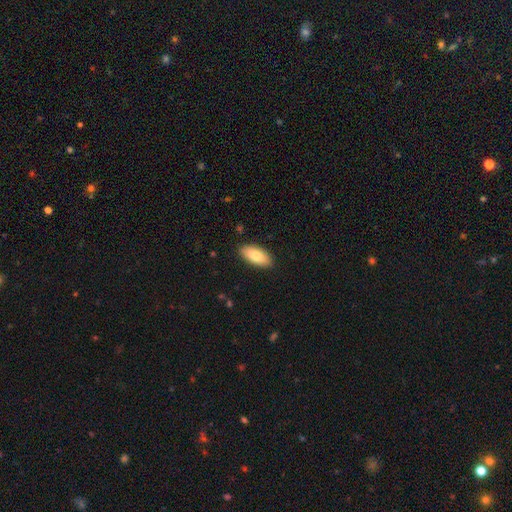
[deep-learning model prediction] Smooth or featured: smooth — 78% (featured or disk — 16%)
How rounded: in between — 90% (cigar-shaped — 7%)
Merging: none — 89% (minor disturbance — 9%)